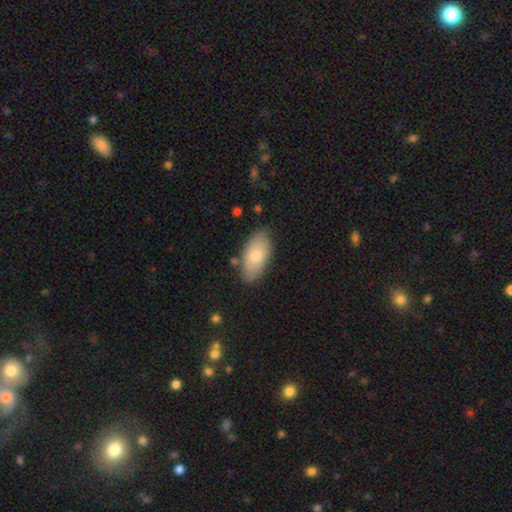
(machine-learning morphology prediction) A smooth galaxy with no disk features (77%) that is in between round and cigar-shaped (92%).

Vote fractions:
- Smooth or featured? smooth: 77% / featured or disk: 17% / star or artifact: 6%
- How rounded? in between: 92% / cigar-shaped: 5% / round: 3%
- Merging? none: 79% / minor disturbance: 15% / major disturbance: 3% / merger: 3%